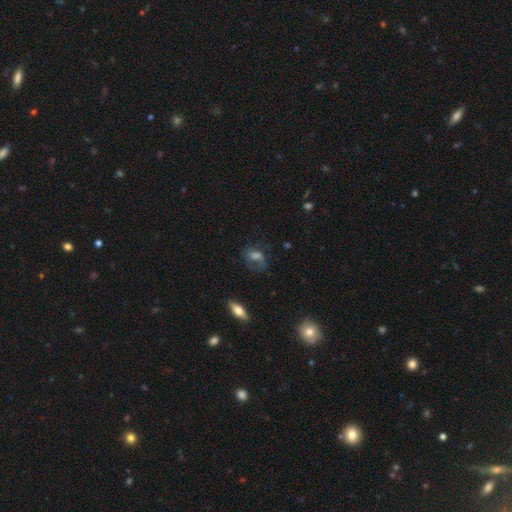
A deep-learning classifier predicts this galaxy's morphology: Smooth or featured?
  - featured or disk: 48% *
  - smooth: 36%
  - star or artifact: 15%
Merging?
  - none: 50% *
  - major disturbance: 25%
  - minor disturbance: 22%
  - merger: 3%